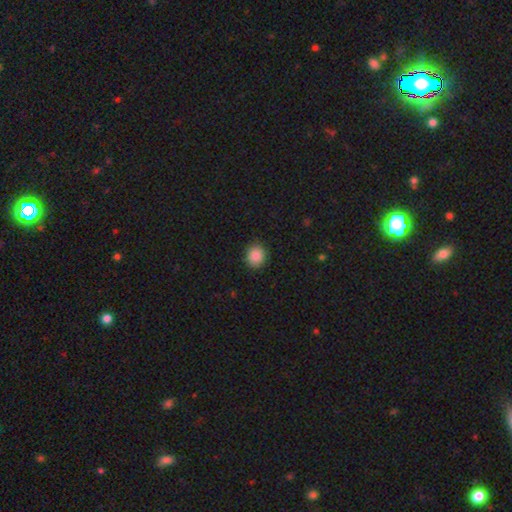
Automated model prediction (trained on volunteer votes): The model was most divided on "how rounded": round: 79%, in between: 20%, cigar-shaped: 1%. More confident: merging — none (90%); smooth or featured — smooth (87%).